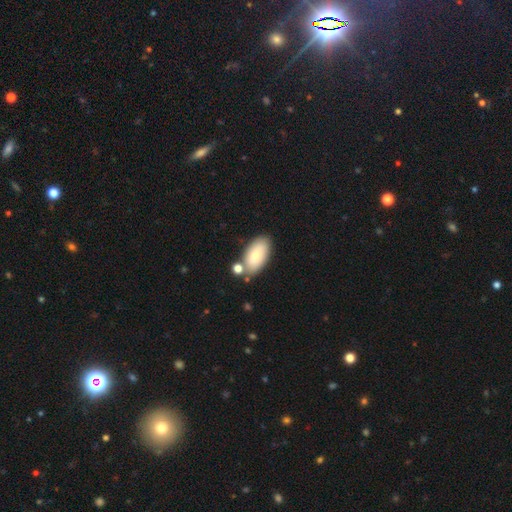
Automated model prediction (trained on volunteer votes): Q: Smooth or featured?
A: smooth (76%); runner-up: featured or disk (18%)
Q: How rounded?
A: in between (94%); runner-up: cigar-shaped (4%)
Q: Merging?
A: none (68%); runner-up: merger (15%)